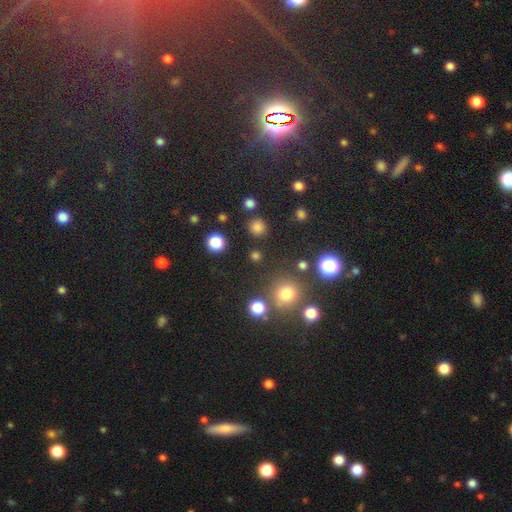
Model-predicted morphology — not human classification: This appears to be a smooth galaxy with no disk features (72%) that is round (92%). Merging: none (85%).